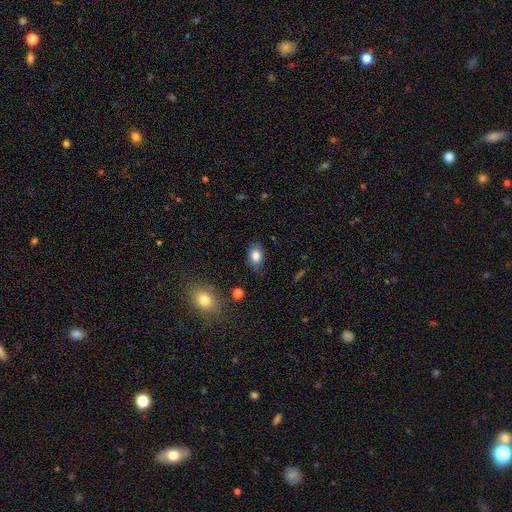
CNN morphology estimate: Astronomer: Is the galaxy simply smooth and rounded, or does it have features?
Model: smooth — 82%.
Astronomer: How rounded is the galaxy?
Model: in between — 87%.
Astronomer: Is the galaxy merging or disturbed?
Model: none — 75%.